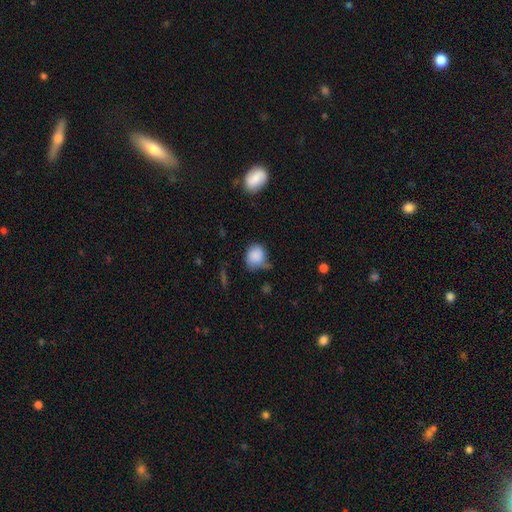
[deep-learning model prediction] smooth-or-featured: smooth: 84% | star or artifact: 9% | featured or disk: 8%
  how-rounded: round: 66% | in between: 32% | cigar-shaped: 1%
  merging: none: 45% | minor disturbance: 37% | major disturbance: 13% | merger: 5%